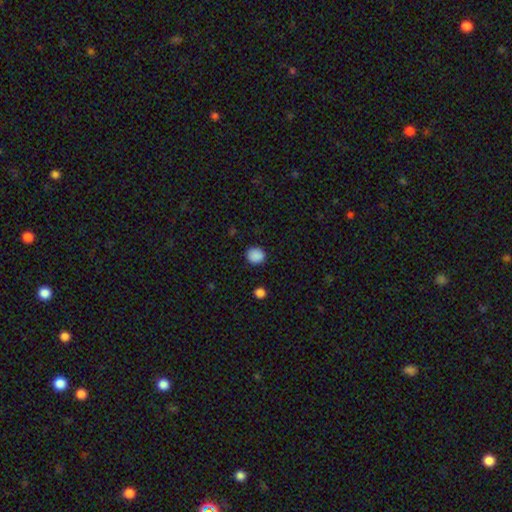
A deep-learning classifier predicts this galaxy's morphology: A smooth galaxy with no disk features (88%) that is round (82%).

Vote fractions:
- Smooth or featured? smooth: 88% / star or artifact: 10% / featured or disk: 3%
- How rounded? round: 82% / in between: 17% / cigar-shaped: 1%
- Merging? none: 89% / minor disturbance: 7% / major disturbance: 2% / merger: 1%